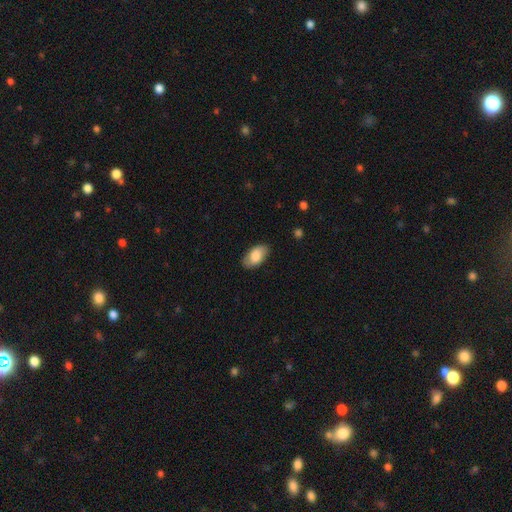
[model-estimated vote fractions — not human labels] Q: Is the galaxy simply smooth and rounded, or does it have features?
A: smooth — 81%.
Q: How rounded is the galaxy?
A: in between — 94%.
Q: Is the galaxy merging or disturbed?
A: none — 81%.